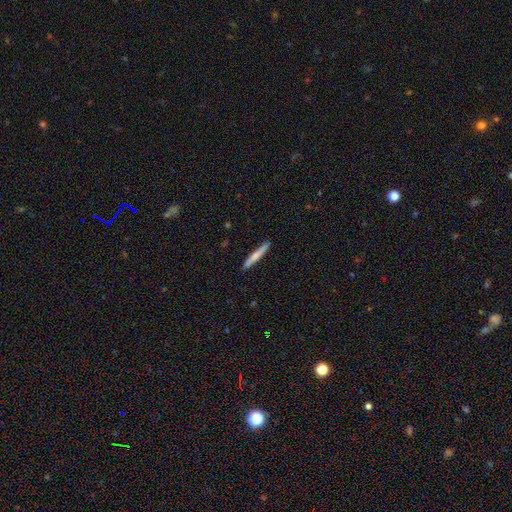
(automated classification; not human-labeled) Smooth or featured?
  - smooth: 64% *
  - featured or disk: 31%
  - star or artifact: 5%
How rounded?
  - cigar-shaped: 95% *
  - in between: 3%
  - round: 1%
Merging?
  - none: 90% *
  - minor disturbance: 8%
  - major disturbance: 1%
  - merger: 1%